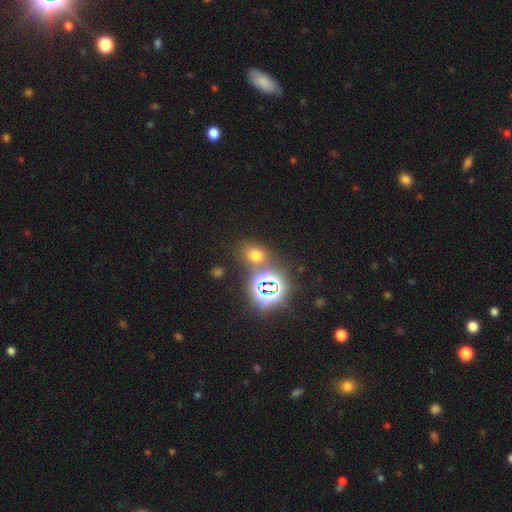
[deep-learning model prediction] smooth 52%, star or artifact 40%, featured or disk 8%. Down the decision tree: how rounded — round (51%); merging — none (69%).